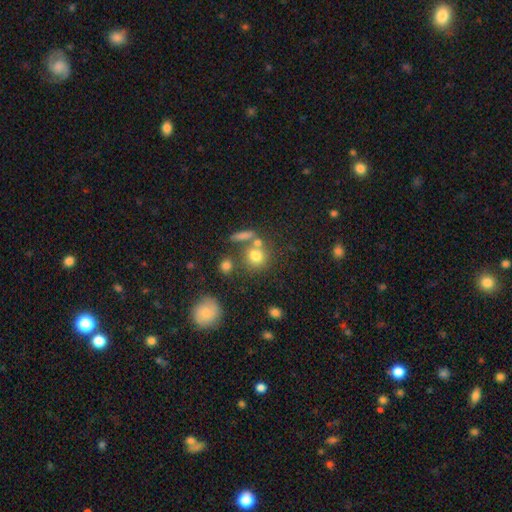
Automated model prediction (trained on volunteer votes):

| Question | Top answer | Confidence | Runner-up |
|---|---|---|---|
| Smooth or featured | smooth | 75% | star or artifact (14%) |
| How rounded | round | 84% | in between (14%) |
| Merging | none | 59% | merger (24%) |